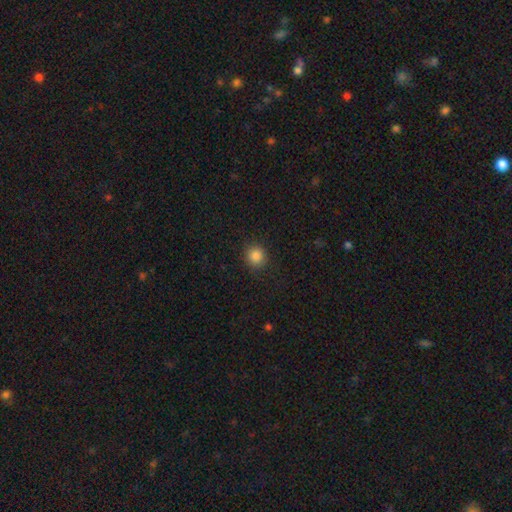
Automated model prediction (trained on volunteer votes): Smooth or featured? Predicted: smooth (p=0.85). How rounded? Predicted: round (p=0.91). Merging? Predicted: none (p=0.89).